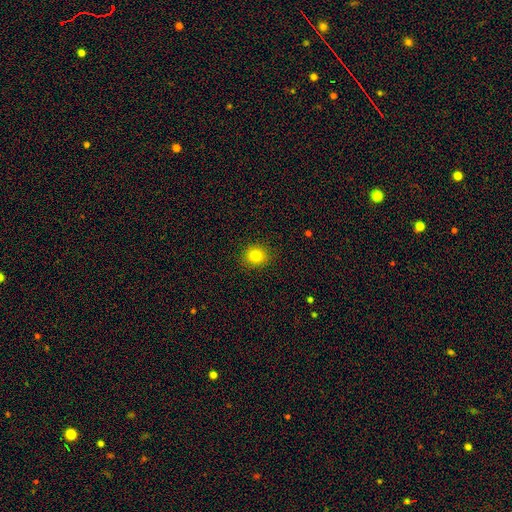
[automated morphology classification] A smooth galaxy with no disk features (82%) that is round (83%).

Vote fractions:
- Smooth or featured? smooth: 82% / star or artifact: 12% / featured or disk: 6%
- How rounded? round: 83% / in between: 16% / cigar-shaped: 1%
- Merging? none: 90% / minor disturbance: 7% / major disturbance: 2% / merger: 1%